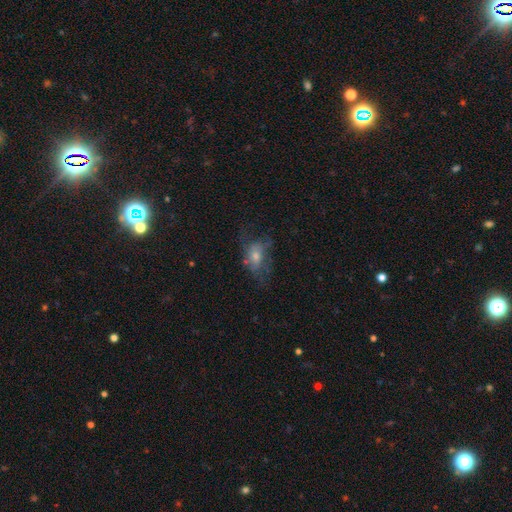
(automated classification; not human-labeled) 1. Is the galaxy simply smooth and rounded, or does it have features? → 46% featured or disk, 39% smooth, 15% star or artifact.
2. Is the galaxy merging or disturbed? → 44% none, 31% major disturbance, 23% minor disturbance, 2% merger.